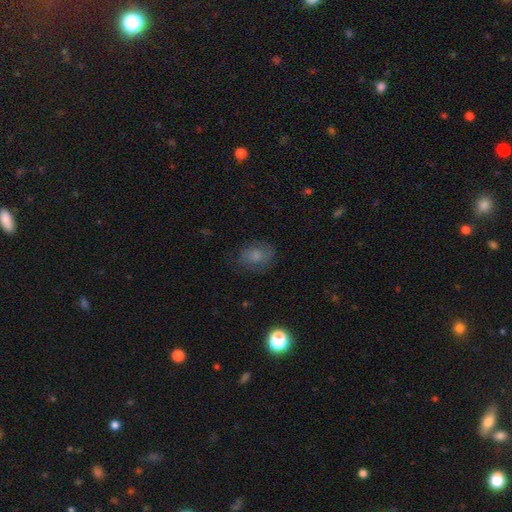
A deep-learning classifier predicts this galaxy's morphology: A smooth galaxy with no disk features (72%) that is in between round and cigar-shaped (60%). Merging: none (70%).